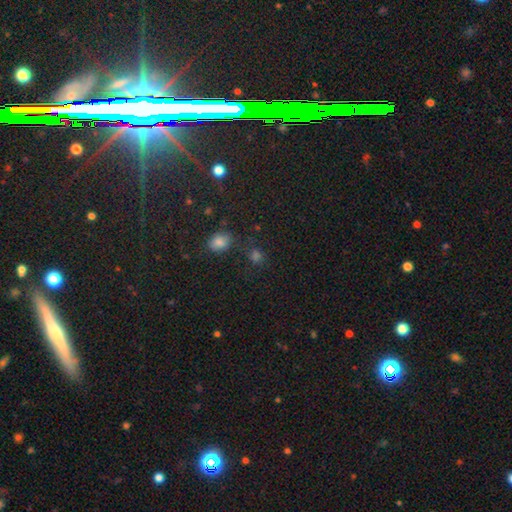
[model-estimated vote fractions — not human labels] smooth-or-featured: smooth: 60% | star or artifact: 33% | featured or disk: 7%
  how-rounded: round: 69% | in between: 29% | cigar-shaped: 2%
  merging: none: 72% | minor disturbance: 13% | merger: 10% | major disturbance: 5%